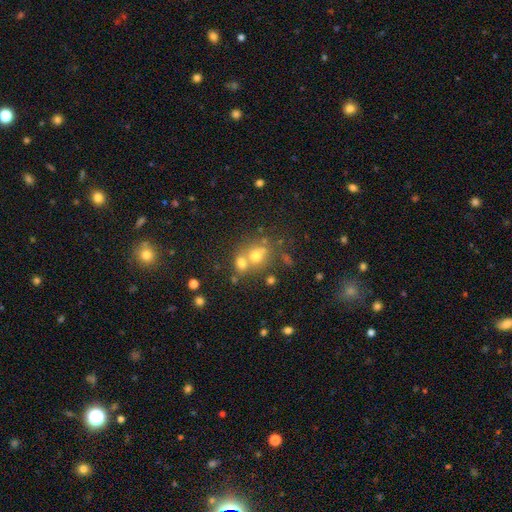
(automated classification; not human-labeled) smooth-or-featured: smooth: 61% | star or artifact: 20% | featured or disk: 20%
  how-rounded: round: 71% | in between: 28% | cigar-shaped: 1%
  merging: merger: 50% | none: 38% | minor disturbance: 8% | major disturbance: 4%